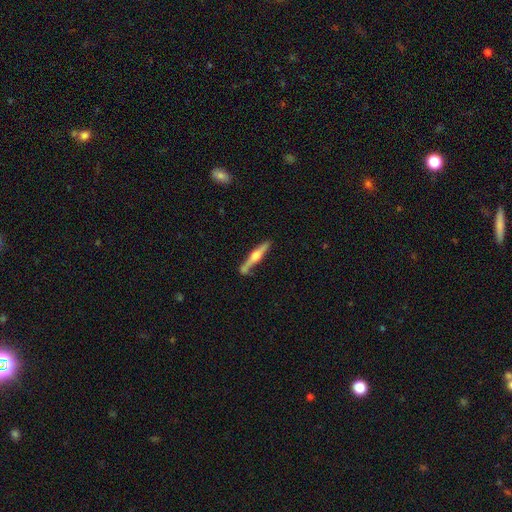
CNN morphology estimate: A featured or disk galaxy (66%) viewed edge-on (96%) with a rounded central bulge (90%). Merging: none (75%).